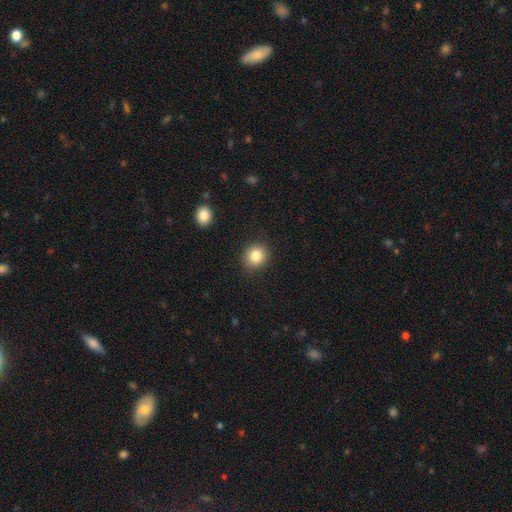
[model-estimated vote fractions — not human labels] Smooth or featured? Predicted: smooth (p=0.84). How rounded? Predicted: round (p=0.82). Merging? Predicted: none (p=0.88).